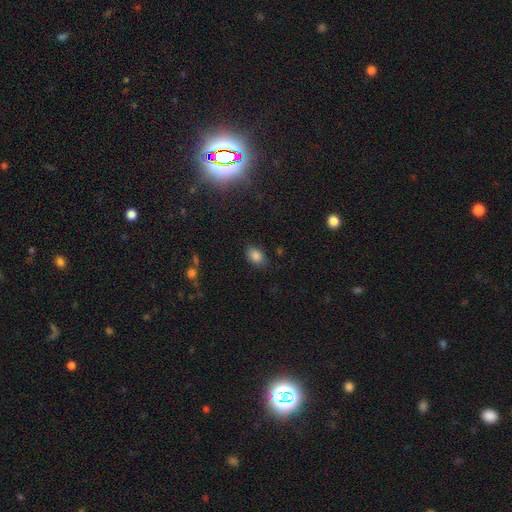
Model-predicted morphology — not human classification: smooth 84%, star or artifact 11%, featured or disk 5%. Down the decision tree: how rounded — in between (85%); merging — none (82%).